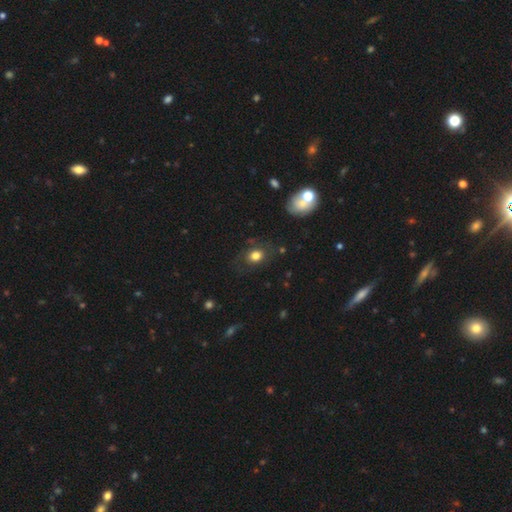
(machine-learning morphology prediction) Smooth or featured? smooth (76%)
How rounded? in between (55%)
Merging? none (72%)